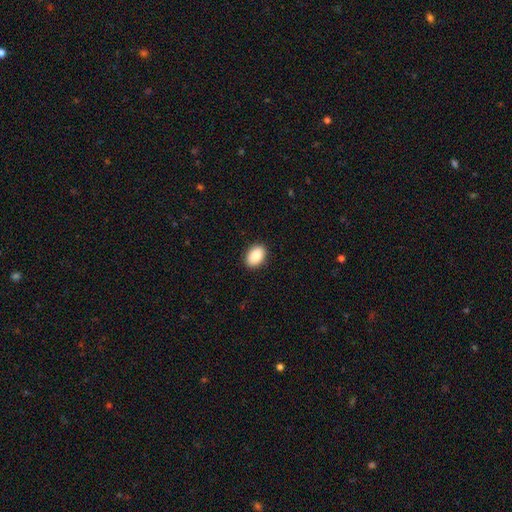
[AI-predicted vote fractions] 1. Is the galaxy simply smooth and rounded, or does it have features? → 90% smooth, 7% star or artifact, 3% featured or disk.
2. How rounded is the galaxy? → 87% in between, 12% round, 1% cigar-shaped.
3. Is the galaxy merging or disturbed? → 89% none, 8% minor disturbance, 2% major disturbance, 1% merger.